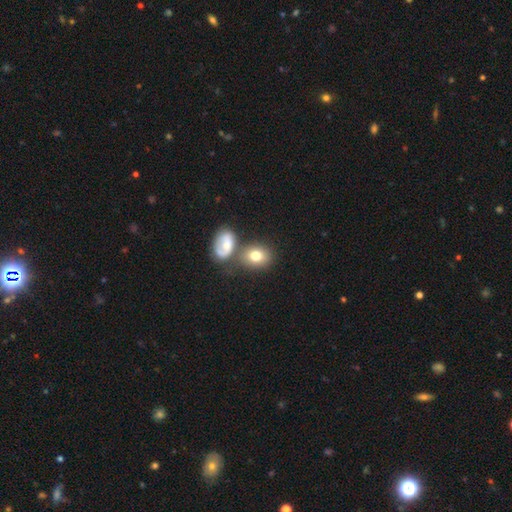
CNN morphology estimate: A smooth galaxy with no disk features (74%) that is in between round and cigar-shaped (56%).

Vote fractions:
- Smooth or featured? smooth: 74% / featured or disk: 17% / star or artifact: 9%
- How rounded? in between: 56% / round: 43% / cigar-shaped: 1%
- Merging? none: 56% / merger: 26% / minor disturbance: 13% / major disturbance: 5%